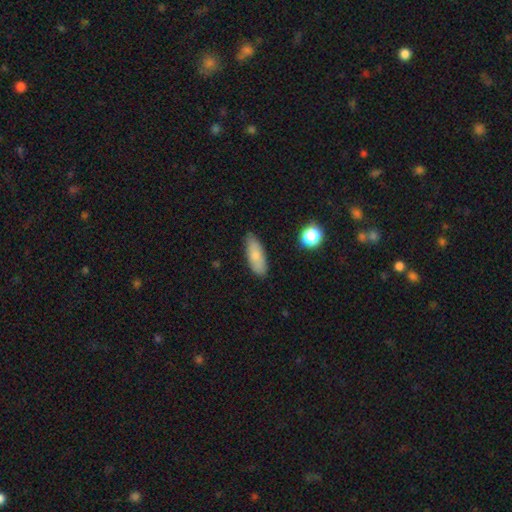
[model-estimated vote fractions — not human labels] smooth 81%, featured or disk 12%, star or artifact 7%. Down the decision tree: how rounded — in between (68%); merging — none (82%).